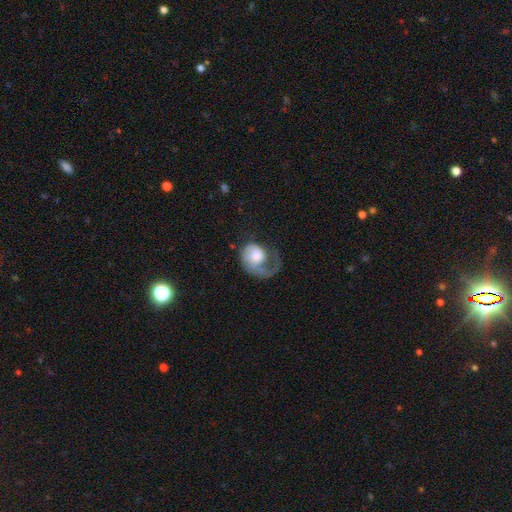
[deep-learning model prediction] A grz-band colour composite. It shows a featured or disk galaxy (48%). Merging: major disturbance (62%).